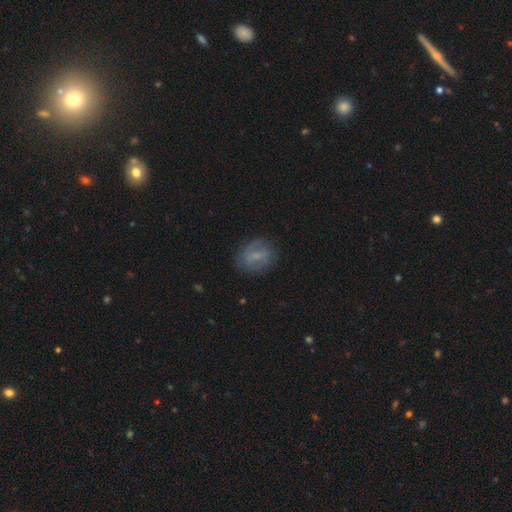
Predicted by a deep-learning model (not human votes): A smooth galaxy with no disk features (51%) that is in between round and cigar-shaped (51%).

Vote fractions:
- Smooth or featured? smooth: 51% / featured or disk: 39% / star or artifact: 9%
- How rounded? in between: 51% / round: 47% / cigar-shaped: 2%
- Merging? none: 76% / minor disturbance: 16% / major disturbance: 6% / merger: 1%